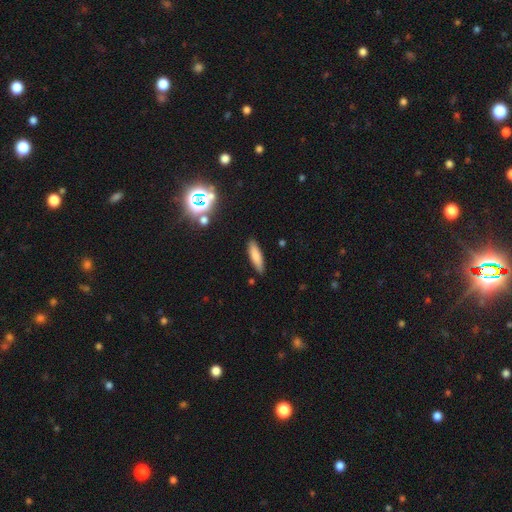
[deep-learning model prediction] Smooth or featured?
  - smooth: 79% *
  - featured or disk: 12%
  - star or artifact: 9%
How rounded?
  - cigar-shaped: 60% *
  - in between: 38%
  - round: 2%
Merging?
  - none: 86% *
  - minor disturbance: 10%
  - major disturbance: 2%
  - merger: 2%